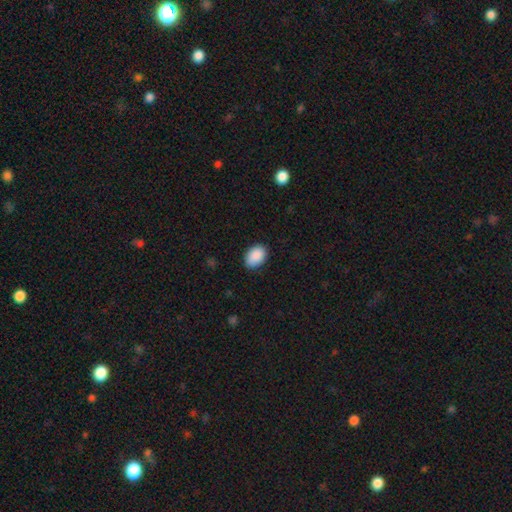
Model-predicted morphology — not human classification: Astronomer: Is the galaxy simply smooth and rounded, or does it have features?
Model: smooth — 90%.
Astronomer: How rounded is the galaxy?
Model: in between — 87%.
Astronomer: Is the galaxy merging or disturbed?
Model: none — 84%.